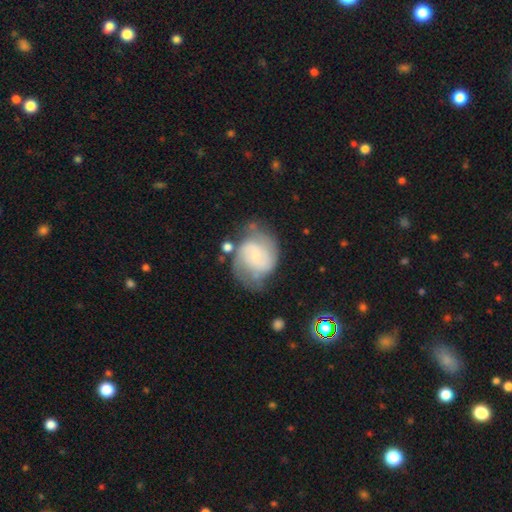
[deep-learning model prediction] Smooth or featured: featured or disk — 71% (smooth — 22%)
Edge-on disk: no — 98% (yes — 2%)
Bar: no — 57% (weak — 36%)
Spiral arms: yes — 90% (no — 10%)
Spiral winding: medium — 46% (tight — 35%)
Spiral arm count: 2 — 72% (can't tell — 16%)
Bulge size: small — 73% (moderate — 16%)
Merging: none — 53% (minor disturbance — 25%)